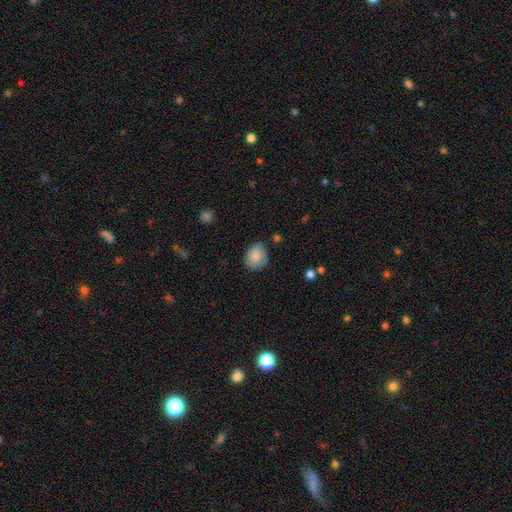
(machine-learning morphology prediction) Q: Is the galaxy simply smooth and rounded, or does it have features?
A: smooth — 84%.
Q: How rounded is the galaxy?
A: round — 60%.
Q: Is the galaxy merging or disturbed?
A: none — 71%.